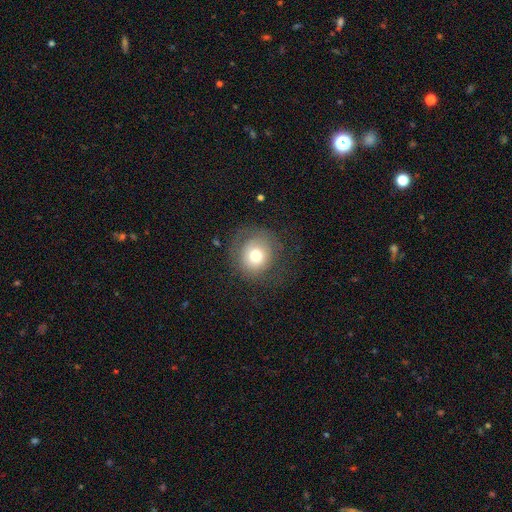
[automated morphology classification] A smooth galaxy with no disk features (67%) that is round (86%). Merging: none (72%).